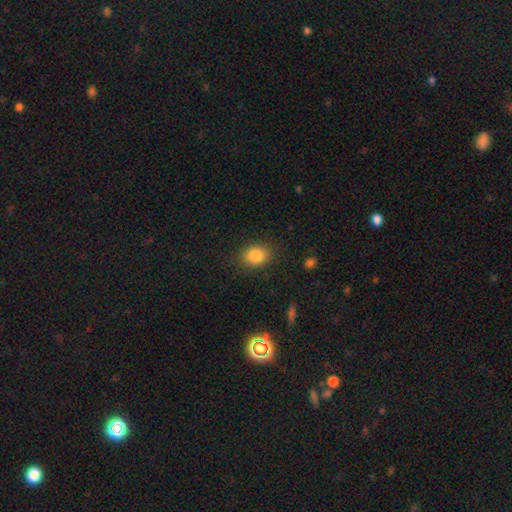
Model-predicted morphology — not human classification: This appears to be a smooth galaxy with no disk features (84%) that is in between round and cigar-shaped (53%). Merging: none (85%).